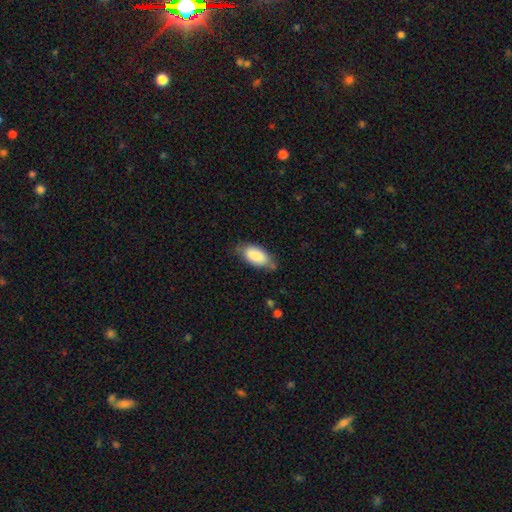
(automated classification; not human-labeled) smooth 85%, featured or disk 9%, star or artifact 6%. Down the decision tree: how rounded — in between (91%); merging — none (66%).